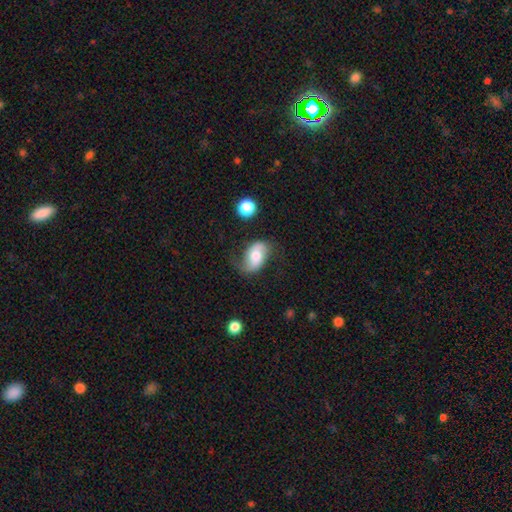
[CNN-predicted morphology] Smooth or featured? smooth (47%)
Merging? none (59%)